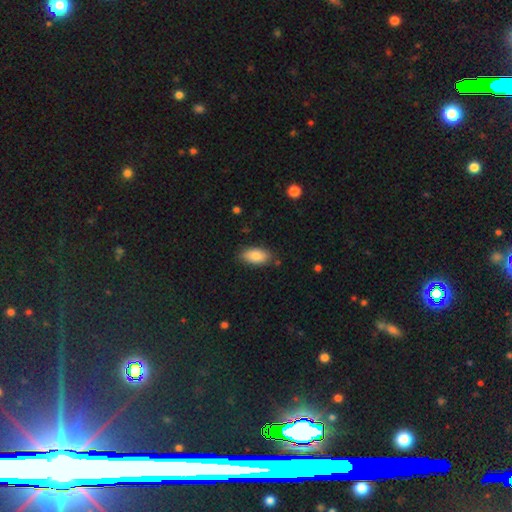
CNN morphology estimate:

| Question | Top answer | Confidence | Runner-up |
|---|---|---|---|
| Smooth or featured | smooth | 86% | featured or disk (8%) |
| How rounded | in between | 93% | cigar-shaped (4%) |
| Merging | none | 82% | minor disturbance (13%) |